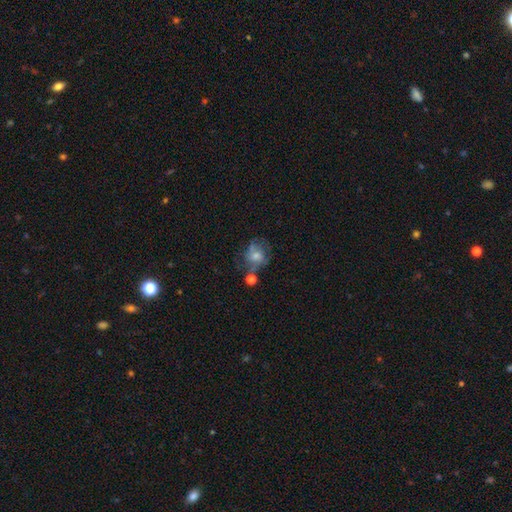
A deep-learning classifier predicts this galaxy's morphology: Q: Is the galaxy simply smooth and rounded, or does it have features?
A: smooth — 44%, tied with featured or disk.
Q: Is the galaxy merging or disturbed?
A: none — 42%.